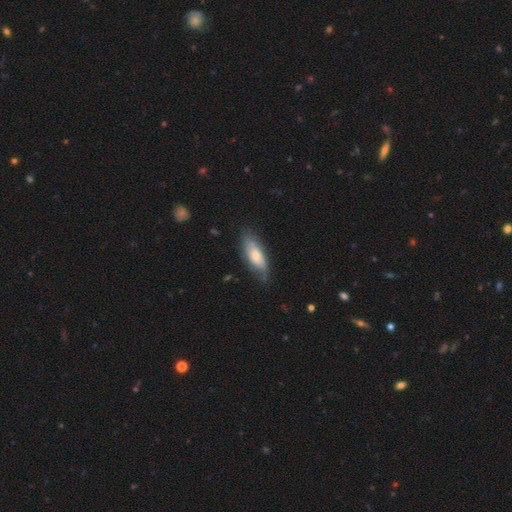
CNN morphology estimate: This is possibly a smooth galaxy (58%). How rounded: likely in between (69%). Merging: likely none (66%).